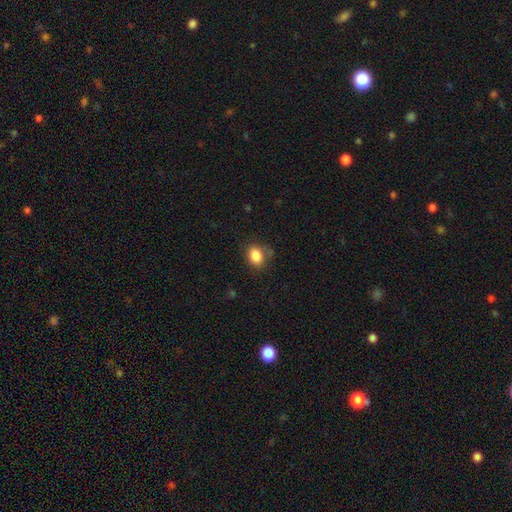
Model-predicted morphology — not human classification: type=smooth (85%); roundness=in between (73%); merging=none (71%).